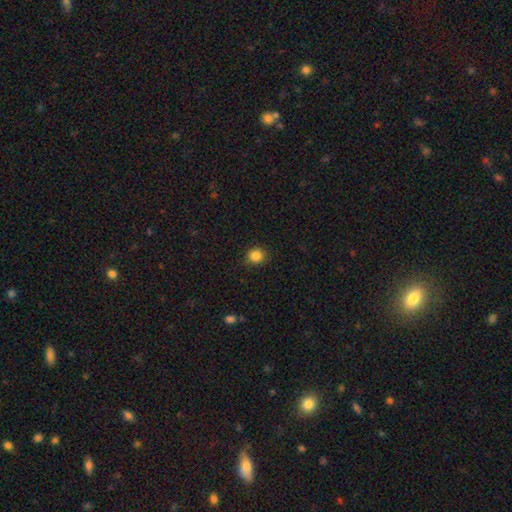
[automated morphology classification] smooth-or-featured: smooth: 84% | star or artifact: 12% | featured or disk: 4%
  how-rounded: round: 87% | in between: 12% | cigar-shaped: 1%
  merging: none: 82% | minor disturbance: 14% | major disturbance: 3% | merger: 1%